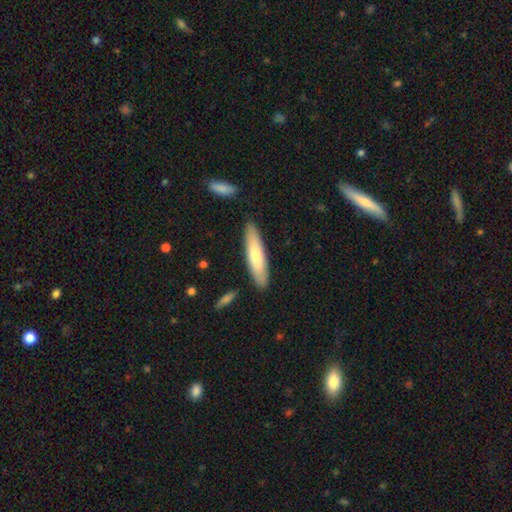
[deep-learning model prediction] The model was most divided on "smooth or featured": smooth: 69%, featured or disk: 25%, star or artifact: 5%. More confident: merging — none (87%); how rounded — cigar-shaped (76%).